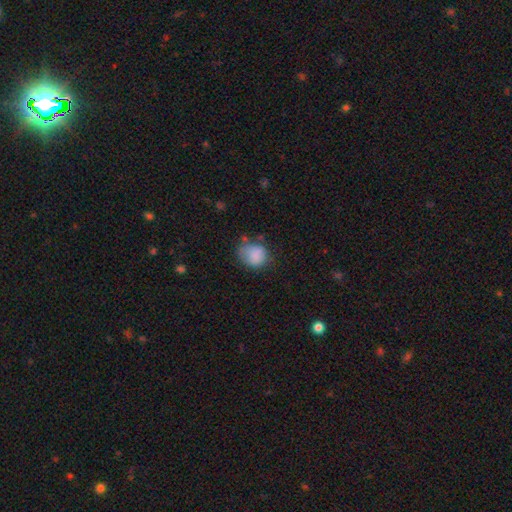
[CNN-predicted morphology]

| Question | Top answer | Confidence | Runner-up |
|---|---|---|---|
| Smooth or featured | smooth | 82% | star or artifact (9%) |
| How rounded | round | 59% | in between (41%) |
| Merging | none | 50% | minor disturbance (32%) |